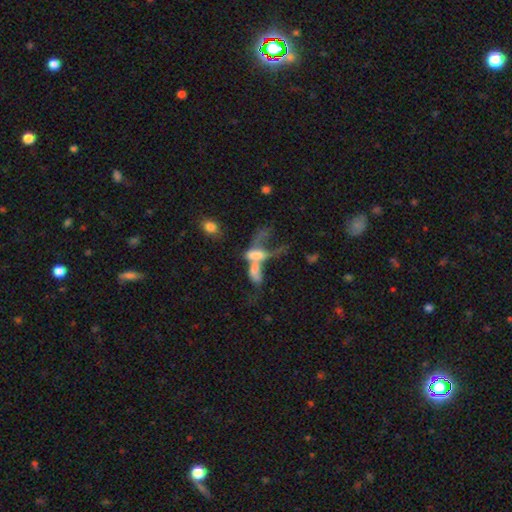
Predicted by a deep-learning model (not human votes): A smooth galaxy with no disk features (44%). Merging: merger (70%).